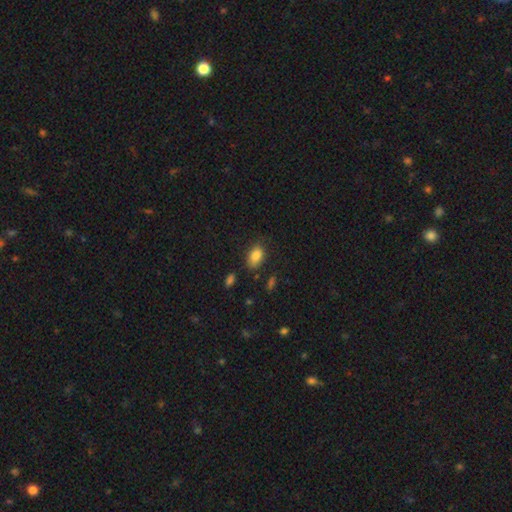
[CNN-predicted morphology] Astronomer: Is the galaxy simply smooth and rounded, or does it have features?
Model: smooth — 86%.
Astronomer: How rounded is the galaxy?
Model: in between — 87%.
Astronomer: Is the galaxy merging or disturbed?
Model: none — 75%.